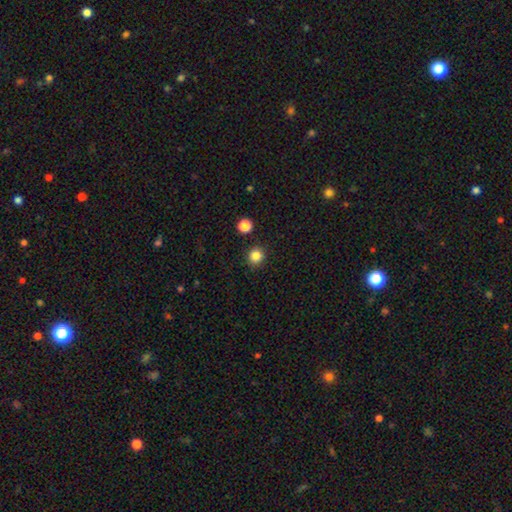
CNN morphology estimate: Q: Smooth or featured?
A: smooth (85%); runner-up: star or artifact (12%)
Q: How rounded?
A: round (92%); runner-up: in between (7%)
Q: Merging?
A: none (90%); runner-up: minor disturbance (6%)